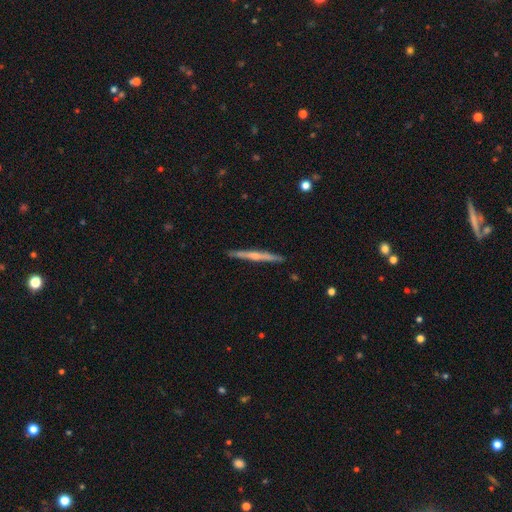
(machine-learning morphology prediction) Q: Smooth or featured?
A: featured or disk (65%); runner-up: smooth (29%)
Q: Edge-on disk?
A: yes (98%); runner-up: no (2%)
Q: Edge-on bulge?
A: rounded (64%); runner-up: none (30%)
Q: Merging?
A: none (91%); runner-up: minor disturbance (6%)